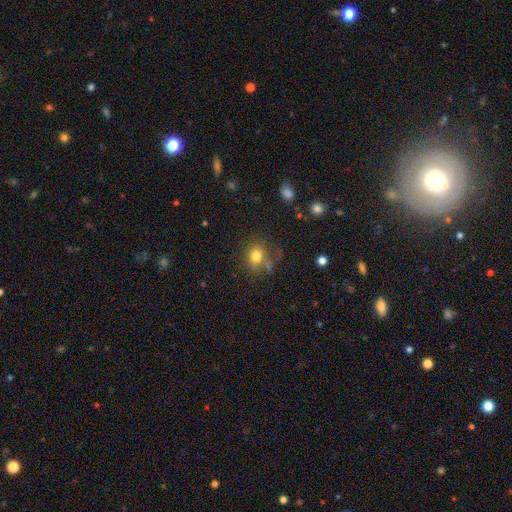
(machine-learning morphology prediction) Smooth or featured?
  - smooth: 78% *
  - star or artifact: 13%
  - featured or disk: 9%
How rounded?
  - round: 71% *
  - in between: 28%
  - cigar-shaped: 1%
Merging?
  - none: 65% *
  - minor disturbance: 18%
  - major disturbance: 9%
  - merger: 8%